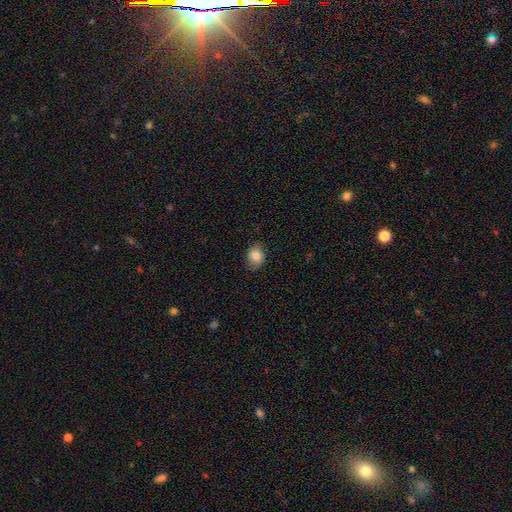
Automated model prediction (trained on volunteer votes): Smooth or featured: smooth — 86% (star or artifact — 8%)
How rounded: in between — 60% (round — 39%)
Merging: none — 85% (minor disturbance — 12%)